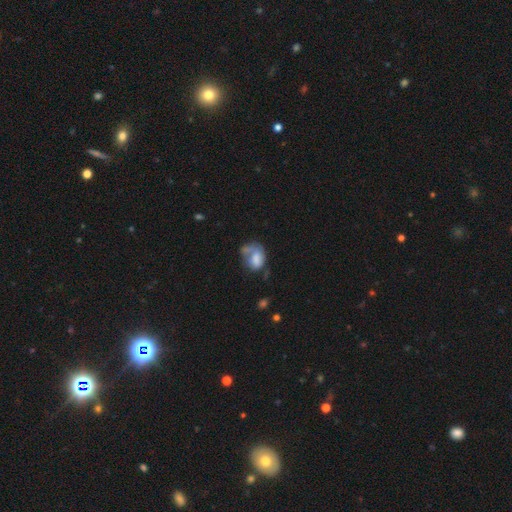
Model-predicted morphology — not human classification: smooth 59%, featured or disk 32%, star or artifact 9%. Down the decision tree: how rounded — in between (71%); merging — major disturbance (36%).